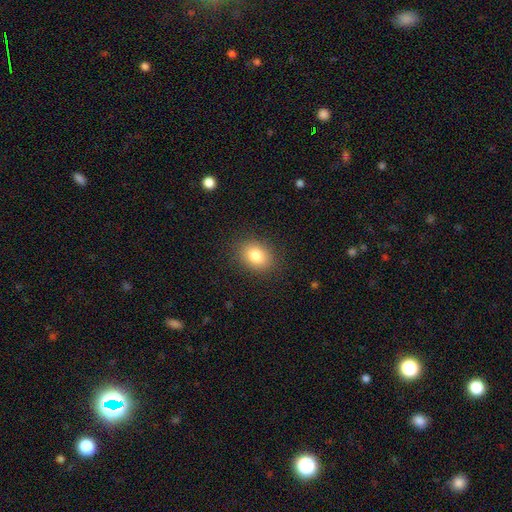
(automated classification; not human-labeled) This is clearly a smooth galaxy (82%). How rounded: likely in between (61%). Merging: clearly none (87%).